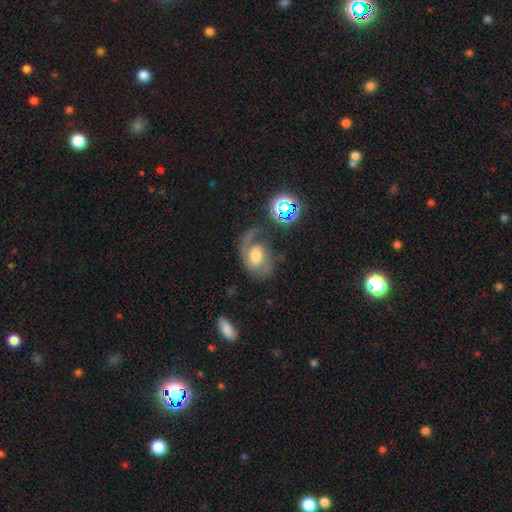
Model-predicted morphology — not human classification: smooth-or-featured: featured or disk: 73% | smooth: 18% | star or artifact: 10%
  disk-edge-on: no: 97% | yes: 3%
    bar: no: 52% | weak: 37% | strong: 10%
    has-spiral-arms: yes: 91% | no: 9%
      spiral-winding: medium: 47% | loose: 29% | tight: 24%
      spiral-arm-count: 1: 47% | 2: 42% | can't tell: 7% | 3: 2% | 4: 1% | more than 4: 1%
    bulge-size: moderate: 56% | large: 22% | small: 16% | none: 3% | dominant: 3%
  merging: none: 45% | major disturbance: 29% | minor disturbance: 21% | merger: 6%